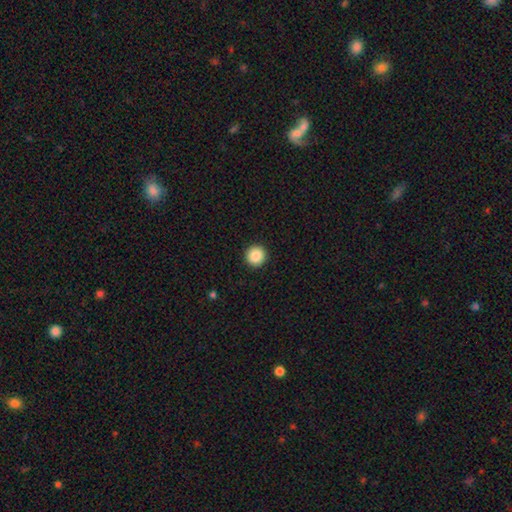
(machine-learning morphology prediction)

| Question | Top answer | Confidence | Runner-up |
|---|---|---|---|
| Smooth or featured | smooth | 88% | star or artifact (9%) |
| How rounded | round | 96% | in between (3%) |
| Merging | none | 93% | minor disturbance (4%) |